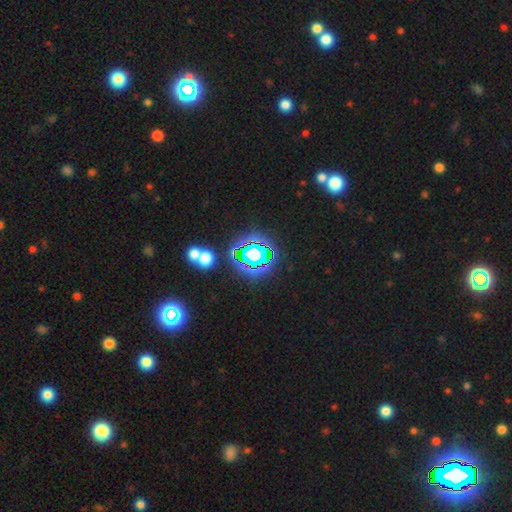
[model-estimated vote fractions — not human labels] A star or artifact, not a galaxy (70%).

Vote fractions:
- Smooth or featured? star or artifact: 70% / smooth: 17% / featured or disk: 13%